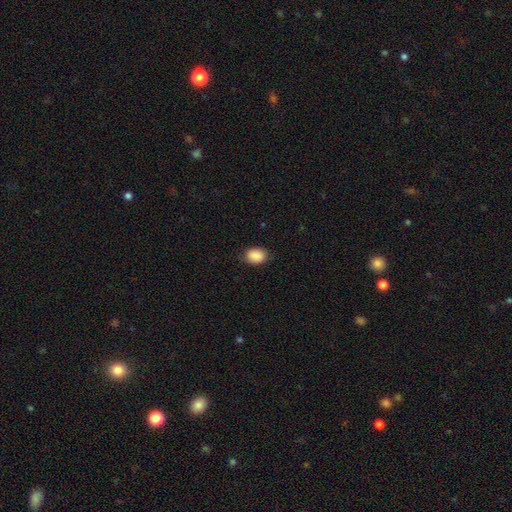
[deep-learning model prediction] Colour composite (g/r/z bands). It shows a smooth galaxy with no disk features (90%) that is in between round and cigar-shaped (72%). Merging: none (82%).